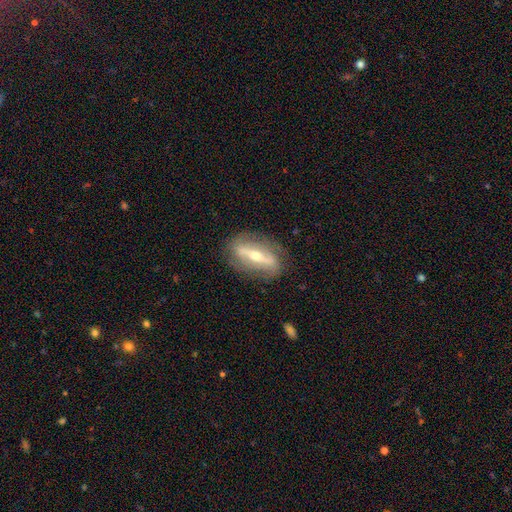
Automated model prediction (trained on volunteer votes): Smooth or featured: featured or disk — 73% (smooth — 20%)
Edge-on disk: no — 57% (yes — 43%)
Merging: none — 79% (minor disturbance — 14%)